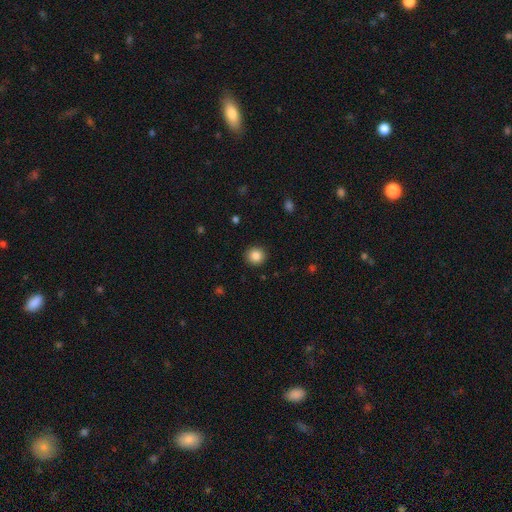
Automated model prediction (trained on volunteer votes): Q: Smooth or featured?
A: smooth (85%); runner-up: star or artifact (10%)
Q: How rounded?
A: round (92%); runner-up: in between (7%)
Q: Merging?
A: none (91%); runner-up: minor disturbance (6%)